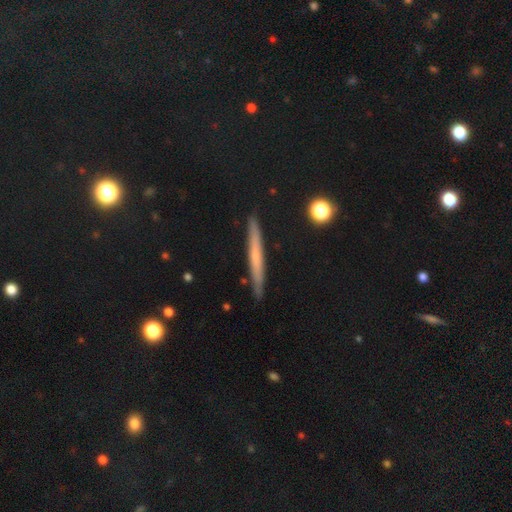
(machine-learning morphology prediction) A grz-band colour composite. It shows a featured or disk galaxy (47%). Merging: none (89%).